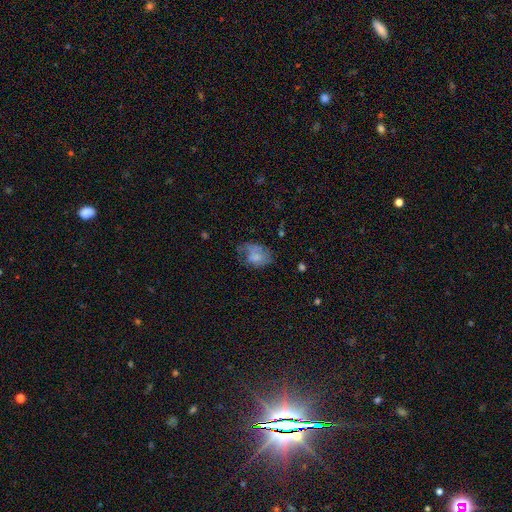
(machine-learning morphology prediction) Smooth or featured? Predicted: smooth (p=0.63). How rounded? Predicted: in between (p=0.74). Merging? Predicted: major disturbance (p=0.33).